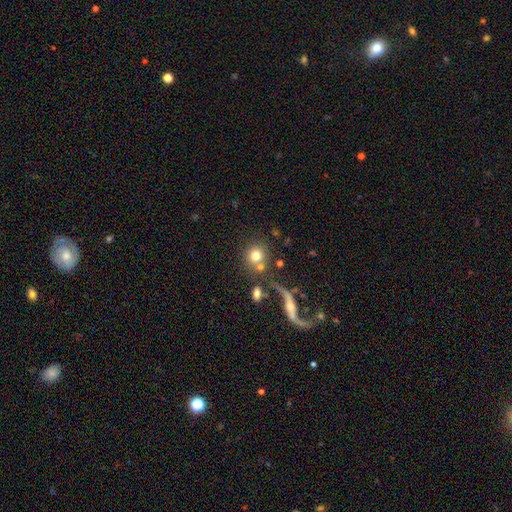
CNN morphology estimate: The model was most divided on "merging": none: 58%, merger: 25%, minor disturbance: 10%, major disturbance: 7%. More confident: how rounded — round (88%); smooth or featured — smooth (73%).